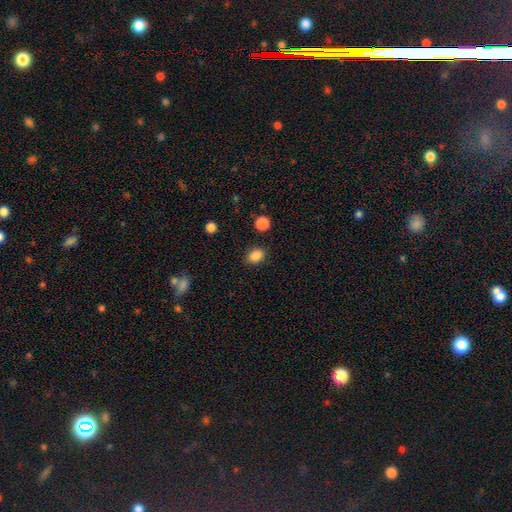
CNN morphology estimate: The model was most divided on "how rounded": in between: 63%, round: 36%, cigar-shaped: 1%. More confident: merging — none (87%); smooth or featured — smooth (86%).